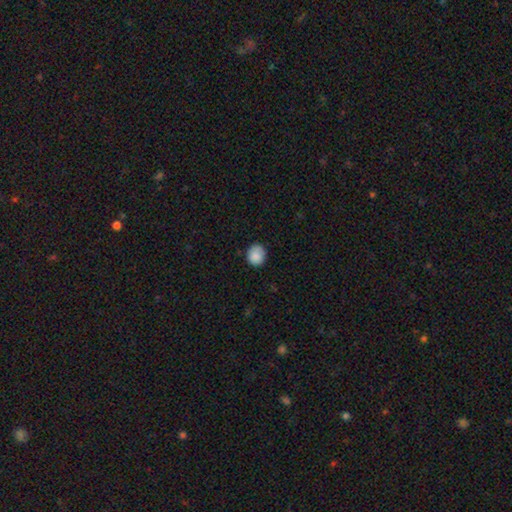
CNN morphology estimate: The model was most divided on "how rounded": round: 76%, in between: 23%, cigar-shaped: 1%. More confident: smooth or featured — smooth (87%); merging — none (78%).